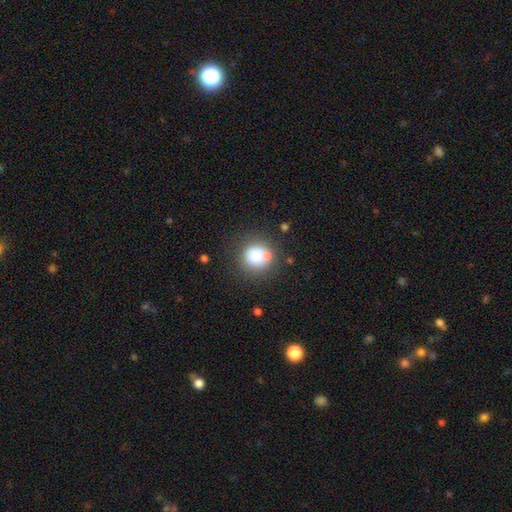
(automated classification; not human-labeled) Smooth or featured?
  - smooth: 78% *
  - featured or disk: 12%
  - star or artifact: 11%
How rounded?
  - round: 85% *
  - in between: 14%
  - cigar-shaped: 1%
Merging?
  - none: 63% *
  - minor disturbance: 16%
  - merger: 14%
  - major disturbance: 7%